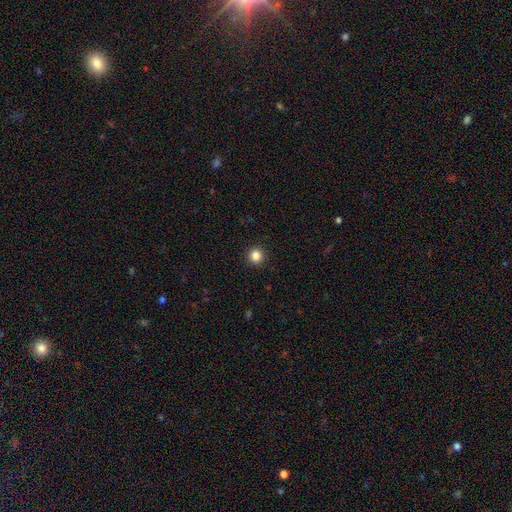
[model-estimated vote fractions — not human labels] smooth-or-featured: smooth: 84% | star or artifact: 12% | featured or disk: 4%
  how-rounded: round: 95% | in between: 4% | cigar-shaped: 1%
  merging: none: 93% | minor disturbance: 4% | major disturbance: 2% | merger: 1%